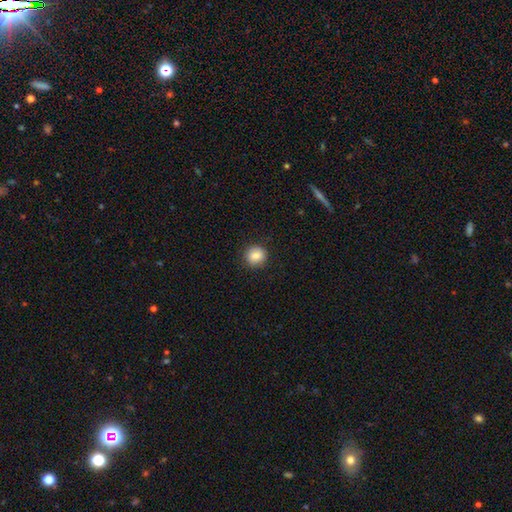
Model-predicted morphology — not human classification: Overall: smooth (85%). How rounded: round (90%). Merging: none (90%).